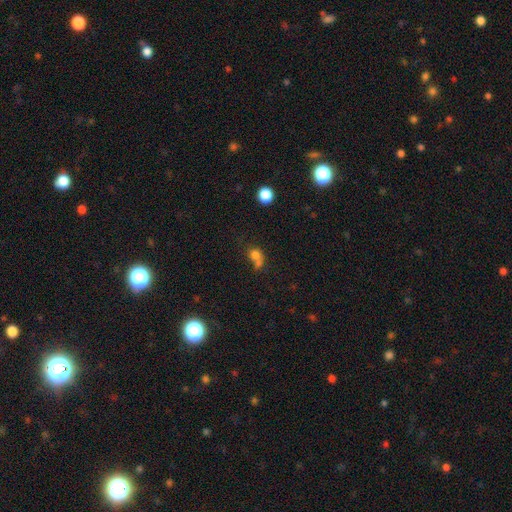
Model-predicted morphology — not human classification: A smooth galaxy with no disk features (73%) that is round (63%).

Vote fractions:
- Smooth or featured? smooth: 73% / star or artifact: 15% / featured or disk: 12%
- How rounded? round: 63% / in between: 35% / cigar-shaped: 2%
- Merging? merger: 44% / none: 32% / minor disturbance: 13% / major disturbance: 10%